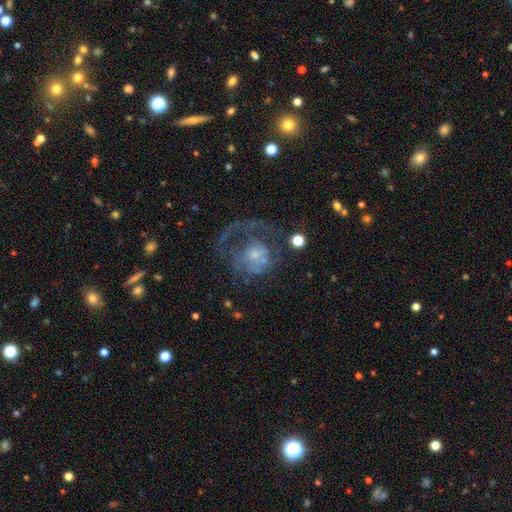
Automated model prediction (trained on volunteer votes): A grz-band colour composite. It shows a featured or disk galaxy (61%) with no bar (83%), spiral arms (53%) and a moderate central bulge (41%). Merging: major disturbance (47%).